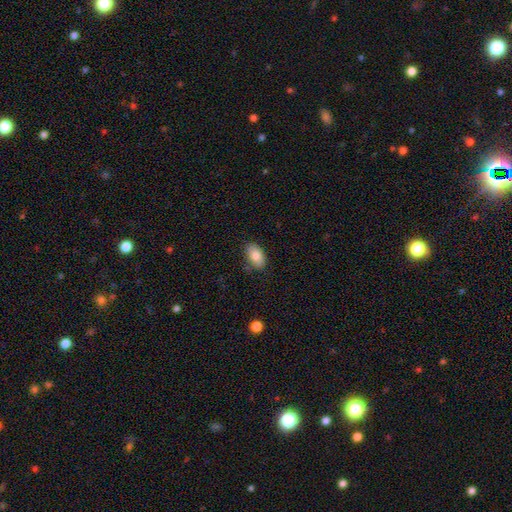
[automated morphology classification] smooth_or_featured: smooth (p=0.85) [alt: featured or disk p=0.08]
how_rounded: in between (p=0.92) [alt: round p=0.06]
merging: none (p=0.79) [alt: minor disturbance p=0.16]